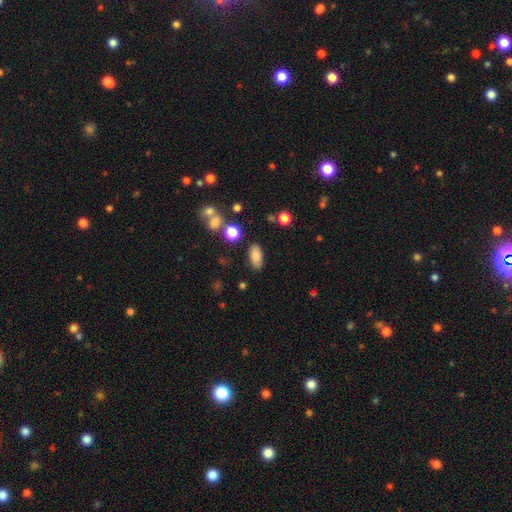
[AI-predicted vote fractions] smooth_or_featured: smooth (p=0.85) [alt: star or artifact p=0.10]
how_rounded: in between (p=0.89) [alt: cigar-shaped p=0.06]
merging: none (p=0.82) [alt: minor disturbance p=0.11]